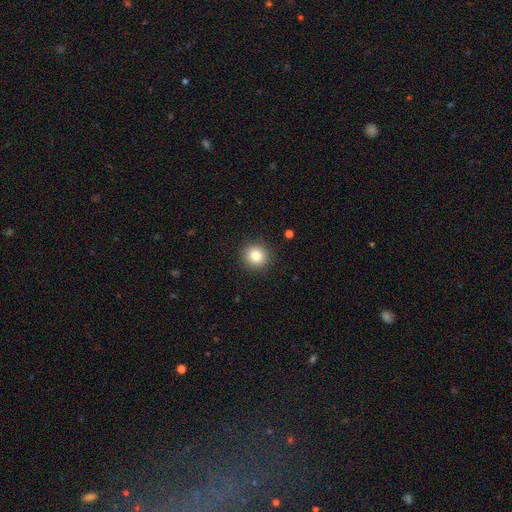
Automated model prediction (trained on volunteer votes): Smooth or featured? smooth (83%)
How rounded? round (93%)
Merging? none (91%)